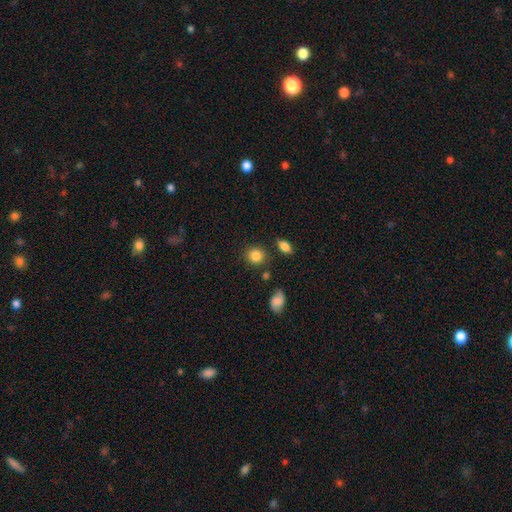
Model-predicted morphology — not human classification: type=smooth (85%); roundness=round (82%); merging=none (83%).